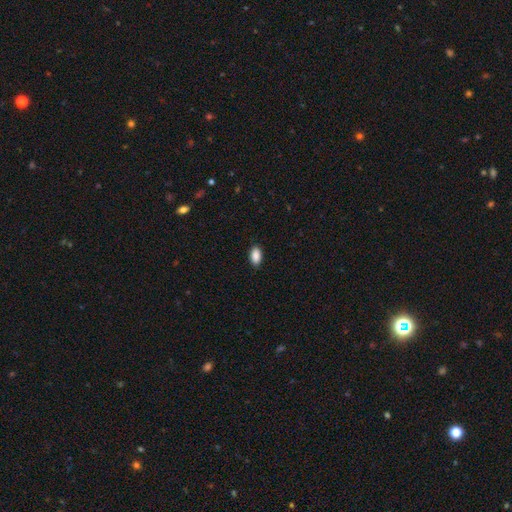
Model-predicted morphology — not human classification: type=smooth (90%); roundness=in between (93%); merging=none (89%).